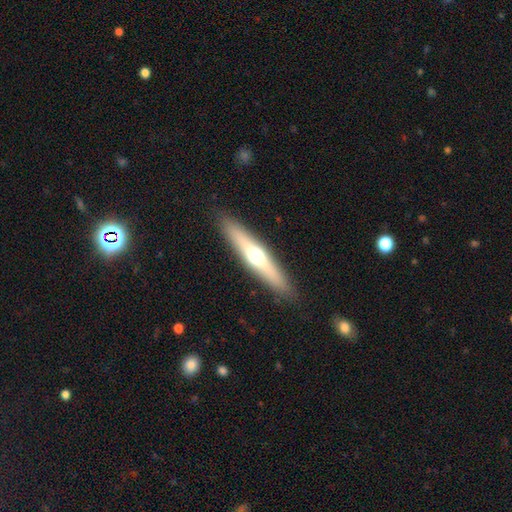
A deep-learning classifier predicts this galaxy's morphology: Overall: featured or disk (48%; smooth 46%). Merging: none (89%).